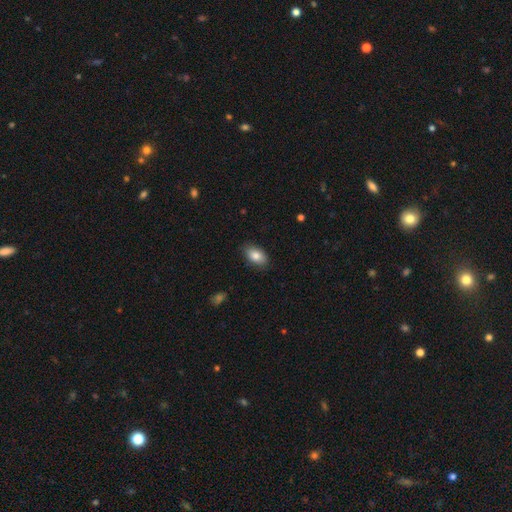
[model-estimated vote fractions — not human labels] smooth-or-featured: smooth: 83% | featured or disk: 9% | star or artifact: 7%
  how-rounded: in between: 91% | round: 8% | cigar-shaped: 2%
  merging: none: 86% | minor disturbance: 11% | major disturbance: 2% | merger: 1%